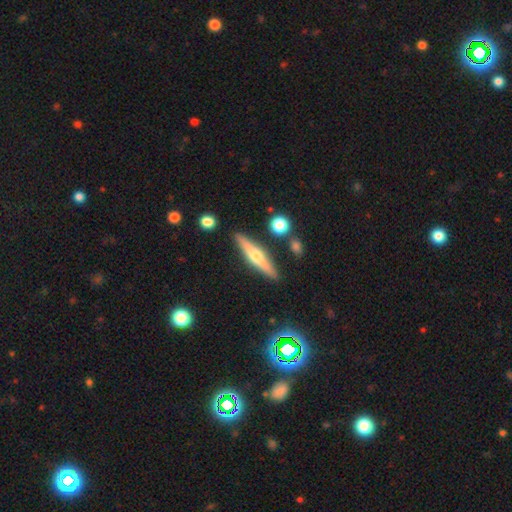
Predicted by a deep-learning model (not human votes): smooth-or-featured: featured or disk: 59% | smooth: 34% | star or artifact: 7%
  disk-edge-on: yes: 95% | no: 5%
    edge-on-bulge: rounded: 89% | none: 7% | boxy: 5%
  merging: none: 87% | minor disturbance: 8% | merger: 3% | major disturbance: 2%